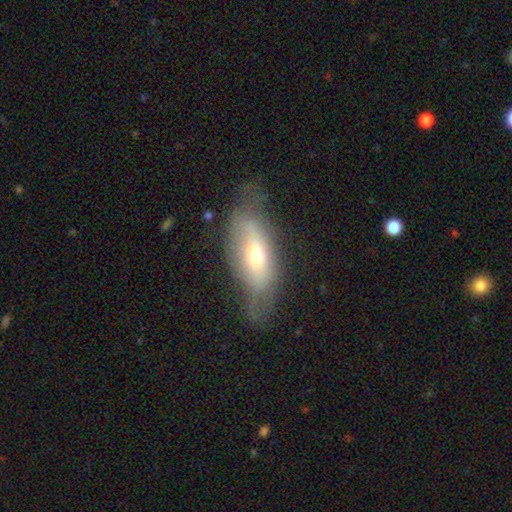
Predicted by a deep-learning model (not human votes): This appears to be a featured or disk galaxy (47%). Merging: none (55%).